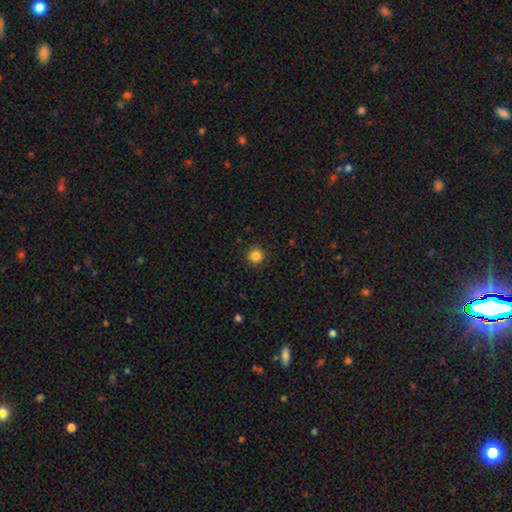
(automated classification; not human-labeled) smooth-or-featured: smooth: 85% | star or artifact: 12% | featured or disk: 4%
  how-rounded: round: 95% | in between: 4% | cigar-shaped: 1%
  merging: none: 92% | minor disturbance: 5% | major disturbance: 2% | merger: 1%